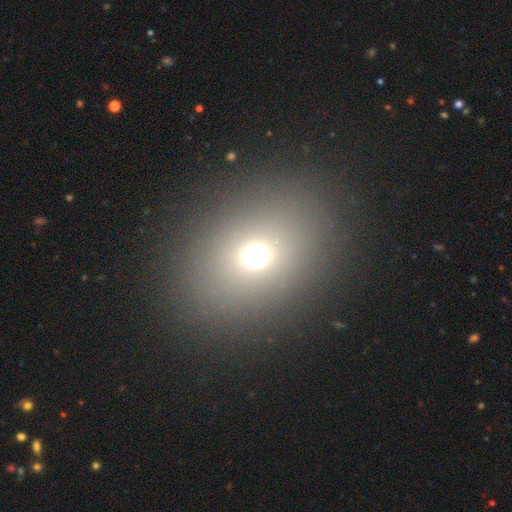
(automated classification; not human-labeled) Smooth or featured? smooth (68%)
How rounded? in between (55%)
Merging? none (84%)